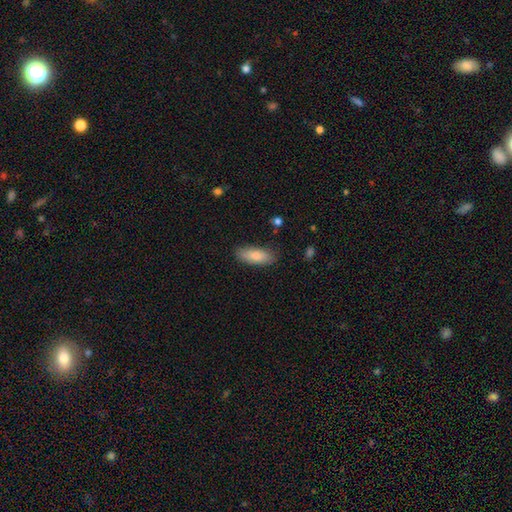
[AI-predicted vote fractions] smooth-or-featured: smooth: 80% | featured or disk: 13% | star or artifact: 6%
  how-rounded: in between: 71% | cigar-shaped: 27% | round: 2%
  merging: none: 85% | minor disturbance: 12% | major disturbance: 2% | merger: 1%